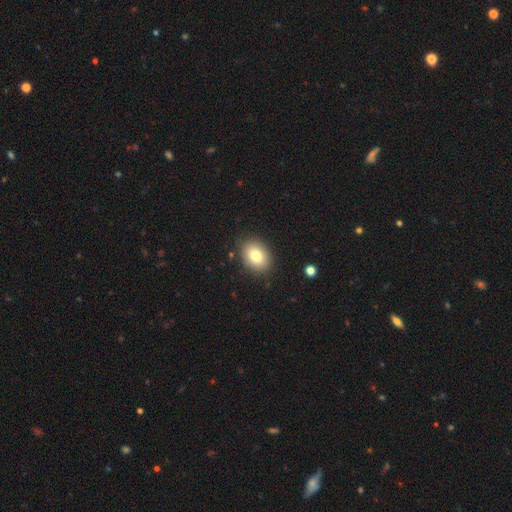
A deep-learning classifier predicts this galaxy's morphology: A smooth galaxy with no disk features (80%) that is in between round and cigar-shaped (68%).

Vote fractions:
- Smooth or featured? smooth: 80% / featured or disk: 11% / star or artifact: 9%
- How rounded? in between: 68% / round: 31% / cigar-shaped: 1%
- Merging? none: 87% / minor disturbance: 9% / major disturbance: 3% / merger: 1%